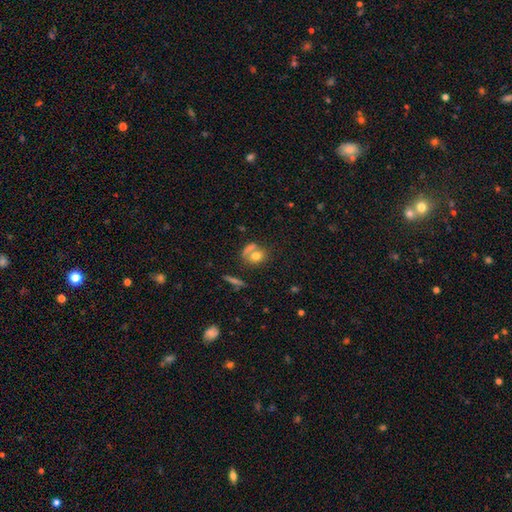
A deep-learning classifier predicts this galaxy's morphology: Q: Smooth or featured?
A: smooth (71%); runner-up: featured or disk (18%)
Q: How rounded?
A: round (60%); runner-up: in between (37%)
Q: Merging?
A: none (48%); runner-up: merger (29%)